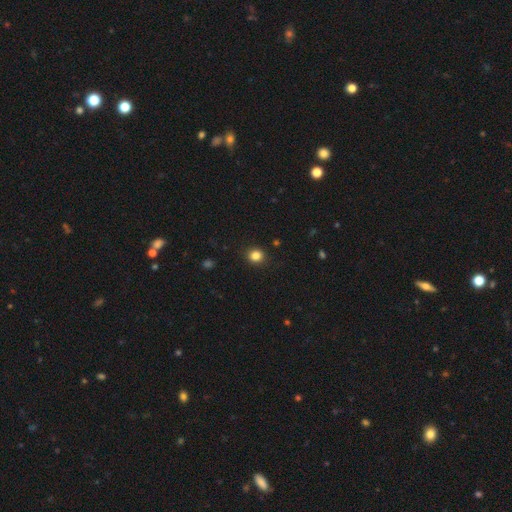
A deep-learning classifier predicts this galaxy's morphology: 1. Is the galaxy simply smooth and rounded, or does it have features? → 84% smooth, 12% star or artifact, 4% featured or disk.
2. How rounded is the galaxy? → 83% round, 16% in between, 1% cigar-shaped.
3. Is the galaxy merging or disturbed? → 90% none, 7% minor disturbance, 2% major disturbance, 1% merger.